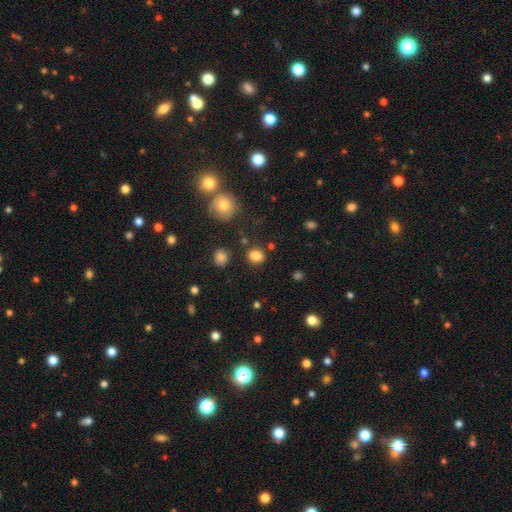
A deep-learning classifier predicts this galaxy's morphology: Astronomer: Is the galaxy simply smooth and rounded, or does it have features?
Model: smooth — 83%.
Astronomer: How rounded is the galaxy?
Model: round — 76%.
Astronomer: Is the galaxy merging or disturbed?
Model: none — 85%.